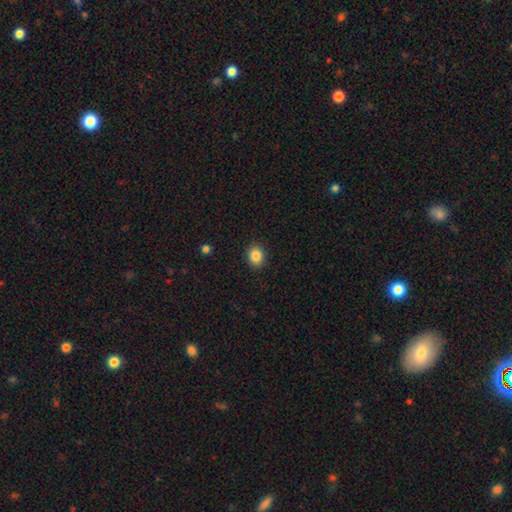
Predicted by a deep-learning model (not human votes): Overall: smooth (86%). How rounded: round (57%; in between 42%). Merging: none (90%).